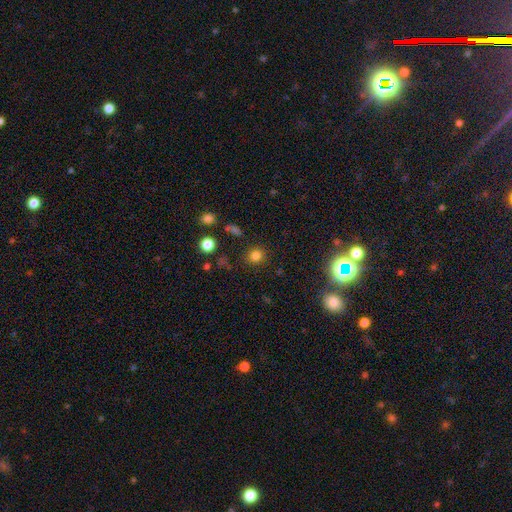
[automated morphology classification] Smooth or featured: smooth — 80% (star or artifact — 15%)
How rounded: round — 87% (in between — 12%)
Merging: none — 87% (minor disturbance — 8%)